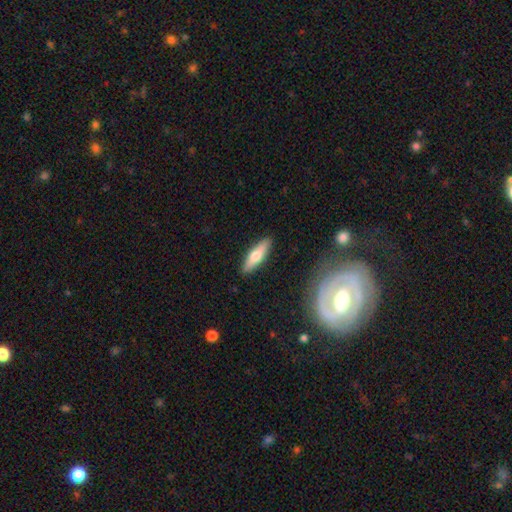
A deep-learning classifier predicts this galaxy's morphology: A smooth galaxy with no disk features (61%) that is cigar-shaped (64%). Merging: none (89%).